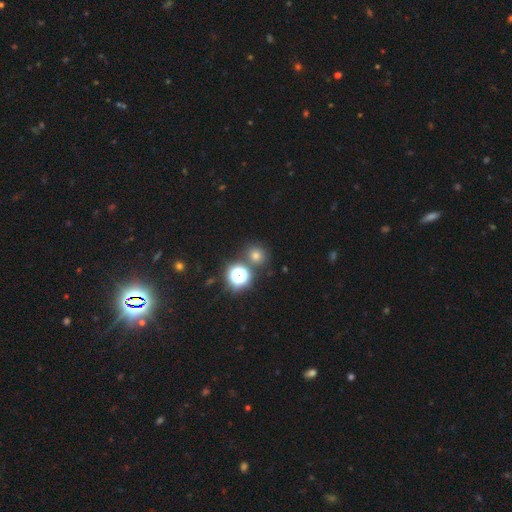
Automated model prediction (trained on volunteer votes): Smooth or featured? Predicted: smooth (p=0.64). How rounded? Predicted: round (p=0.84). Merging? Predicted: none (p=0.79).